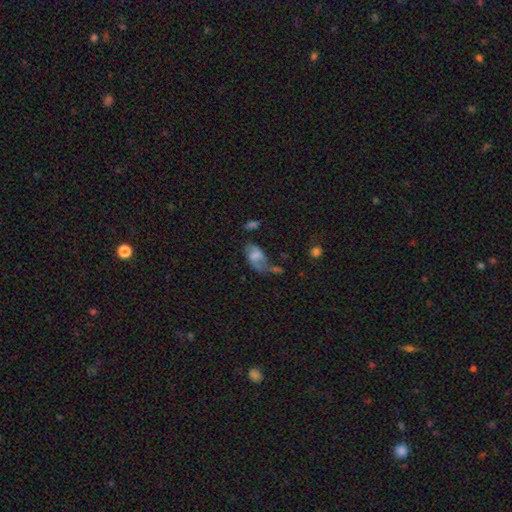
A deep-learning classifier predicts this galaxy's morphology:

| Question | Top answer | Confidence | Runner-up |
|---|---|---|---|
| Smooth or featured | featured or disk | 47% | smooth (43%) |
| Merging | major disturbance | 33% | none (28%) |